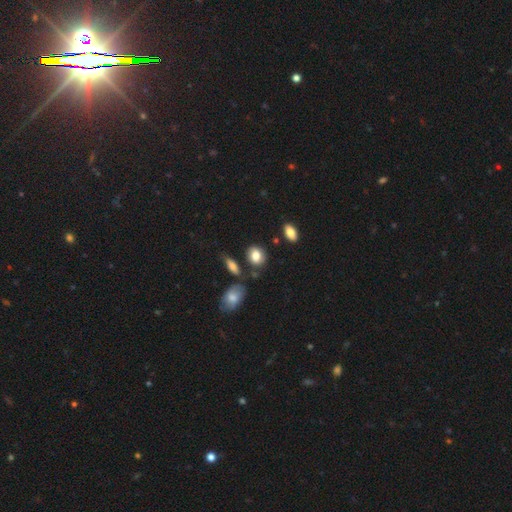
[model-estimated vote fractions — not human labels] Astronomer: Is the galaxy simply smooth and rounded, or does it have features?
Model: smooth — 80%.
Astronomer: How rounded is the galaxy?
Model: in between — 58% (runner-up: round, 40%).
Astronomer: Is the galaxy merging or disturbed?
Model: none — 74%.